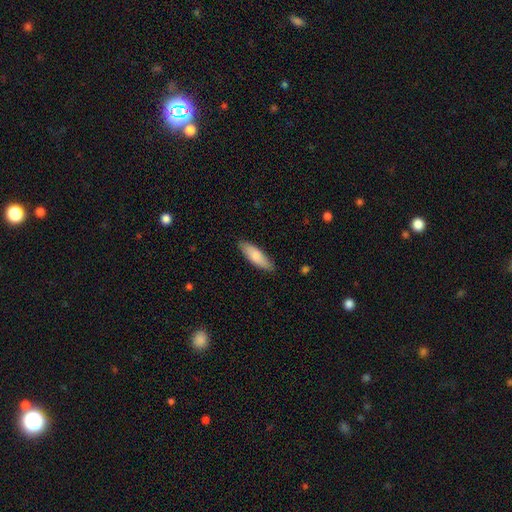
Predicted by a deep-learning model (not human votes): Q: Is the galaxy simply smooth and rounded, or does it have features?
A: smooth — 81%.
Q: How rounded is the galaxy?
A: in between — 50%.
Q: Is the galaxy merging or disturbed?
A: none — 87%.